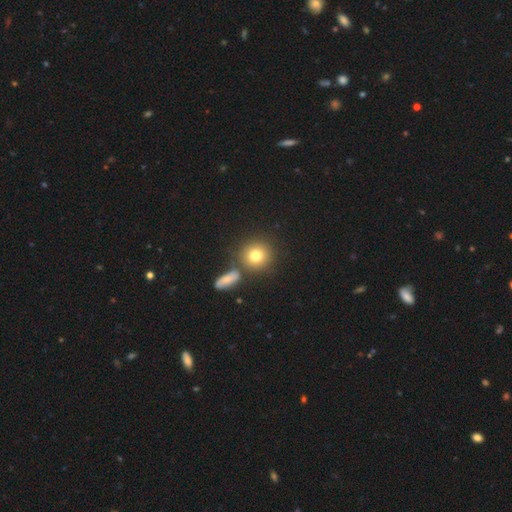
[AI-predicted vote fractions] This appears to be a smooth galaxy with no disk features (78%) that is round (88%). Merging: none (73%).